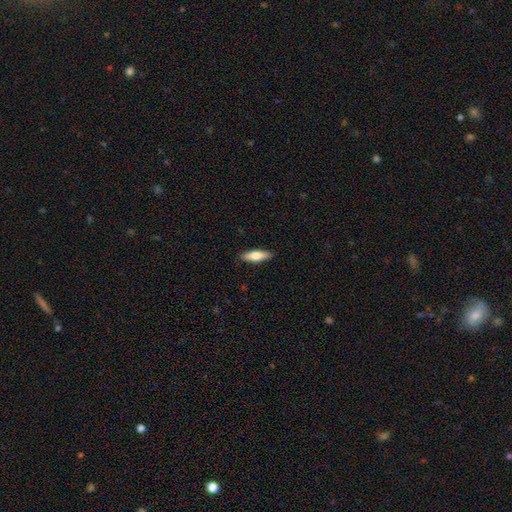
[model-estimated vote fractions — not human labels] Morphology: type=smooth (72%); roundness=cigar-shaped (54%); merging=none (89%).